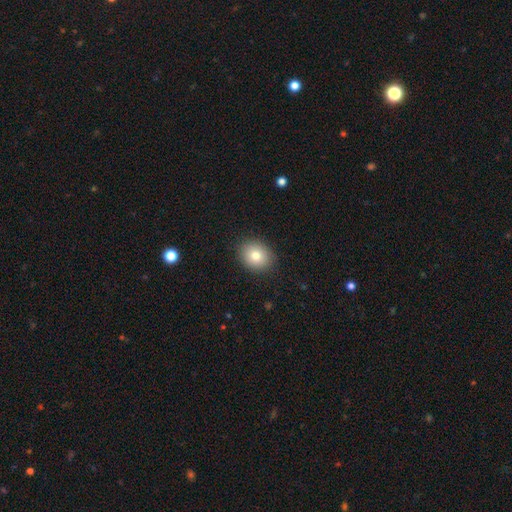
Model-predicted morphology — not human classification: This appears to be a smooth galaxy with no disk features (80%) that is round (62%). Merging: none (88%).